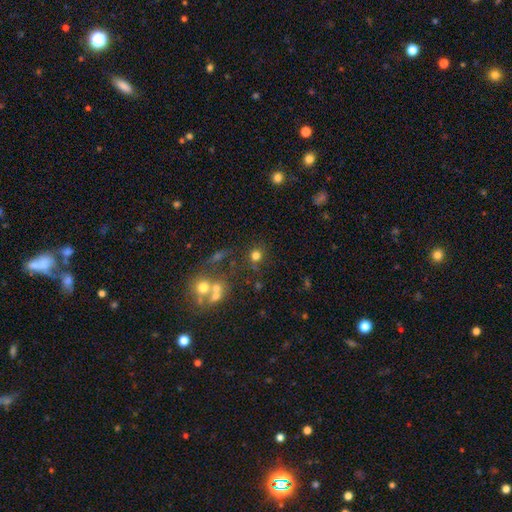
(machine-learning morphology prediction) Q: Smooth or featured?
A: smooth (74%); runner-up: star or artifact (17%)
Q: How rounded?
A: round (90%); runner-up: in between (9%)
Q: Merging?
A: none (72%); runner-up: merger (13%)